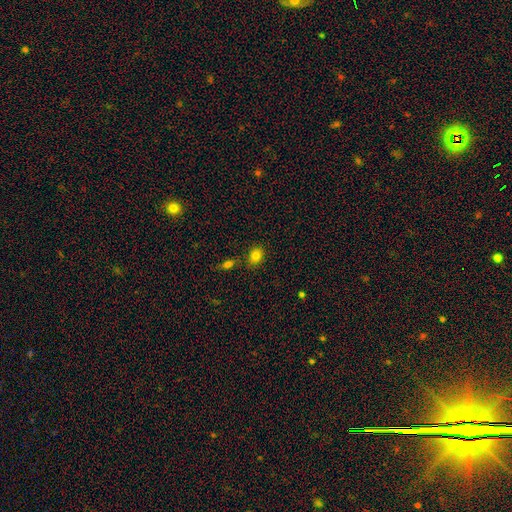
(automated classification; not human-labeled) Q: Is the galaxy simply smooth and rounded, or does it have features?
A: smooth — 81%.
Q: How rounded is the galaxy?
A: in between — 56%.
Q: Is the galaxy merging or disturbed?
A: none — 77%.